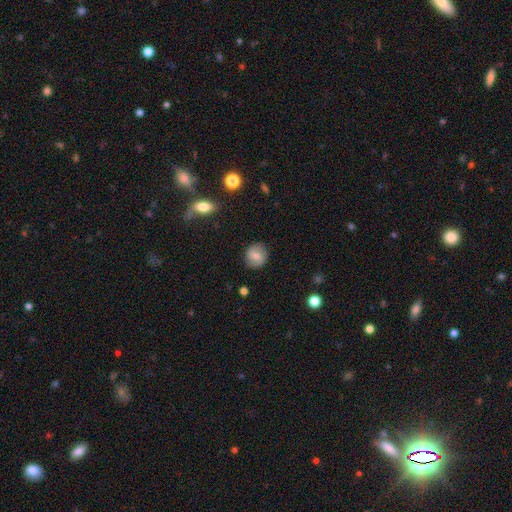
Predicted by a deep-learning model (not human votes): smooth_or_featured: smooth (p=0.67) [alt: featured or disk p=0.24]
how_rounded: round (p=0.79) [alt: in between p=0.20]
merging: none (p=0.86) [alt: minor disturbance p=0.10]